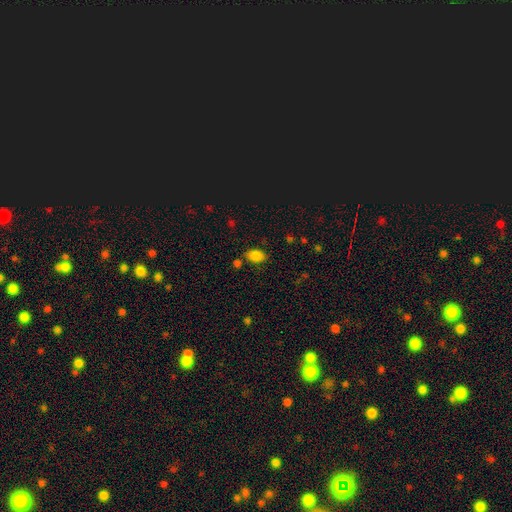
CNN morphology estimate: Smooth or featured? smooth (84%)
How rounded? in between (85%)
Merging? none (76%)